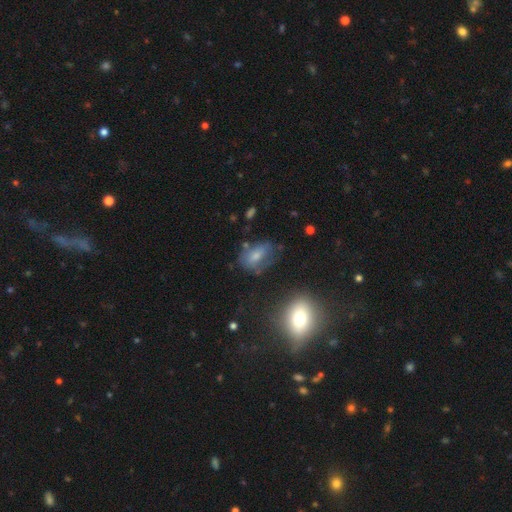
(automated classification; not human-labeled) This is likely a smooth galaxy (63%). How rounded: clearly in between (82%). Merging: possibly none (51%).